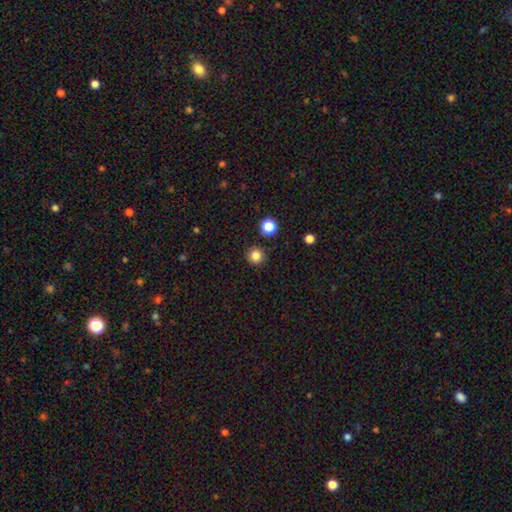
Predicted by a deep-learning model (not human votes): Morphology: type=smooth (84%); roundness=round (94%); merging=none (90%).